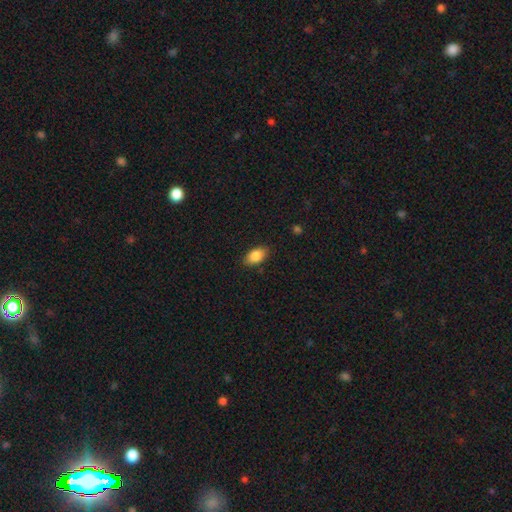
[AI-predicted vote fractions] Smooth or featured? Predicted: smooth (p=0.85). How rounded? Predicted: in between (p=0.90). Merging? Predicted: none (p=0.86).